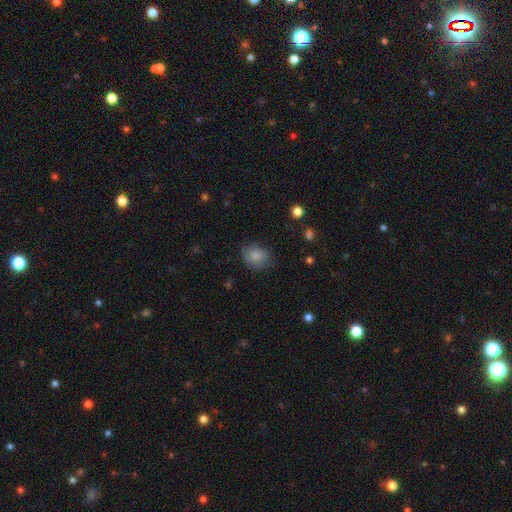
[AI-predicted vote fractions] A smooth galaxy with no disk features (82%) that is in between round and cigar-shaped (50%). Merging: none (68%).